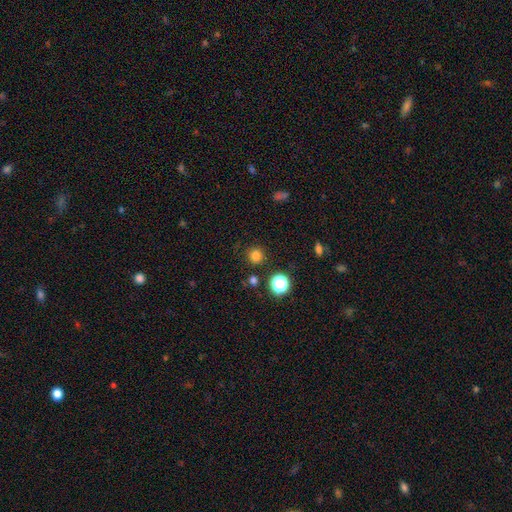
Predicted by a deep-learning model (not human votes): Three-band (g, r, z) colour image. It shows a smooth galaxy with no disk features (78%) that is round (94%). Merging: none (88%).